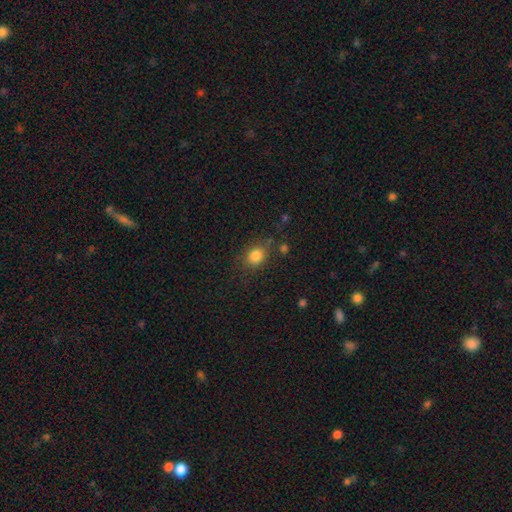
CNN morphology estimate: Smooth or featured?
  - smooth: 83% *
  - star or artifact: 11%
  - featured or disk: 6%
How rounded?
  - round: 57% *
  - in between: 42%
  - cigar-shaped: 1%
Merging?
  - none: 75% *
  - minor disturbance: 15%
  - major disturbance: 6%
  - merger: 4%